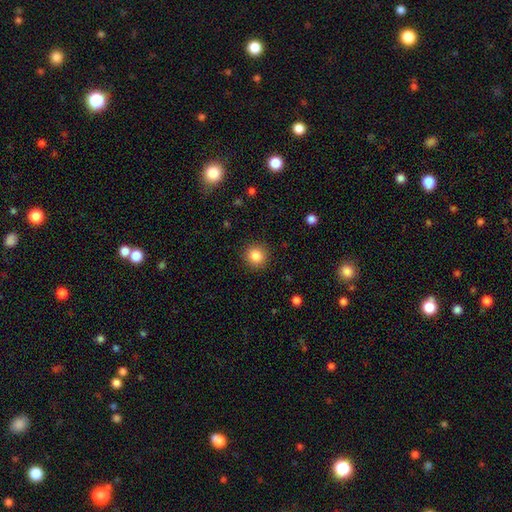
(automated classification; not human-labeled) smooth_or_featured: smooth (p=0.85) [alt: star or artifact p=0.10]
how_rounded: round (p=0.92) [alt: in between p=0.07]
merging: none (p=0.90) [alt: minor disturbance p=0.06]